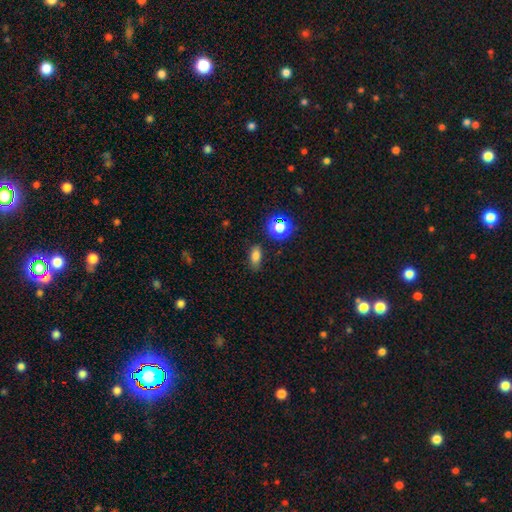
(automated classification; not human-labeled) Smooth or featured? Predicted: smooth (p=0.79). How rounded? Predicted: in between (p=0.79). Merging? Predicted: none (p=0.80).